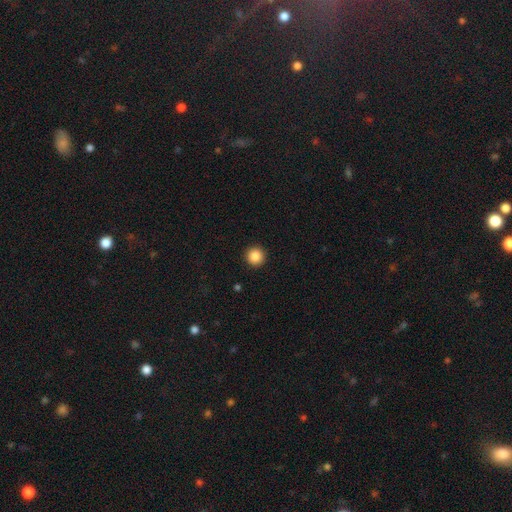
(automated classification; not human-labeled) Smooth or featured: smooth — 87% (star or artifact — 9%)
How rounded: round — 96% (in between — 3%)
Merging: none — 94% (minor disturbance — 4%)